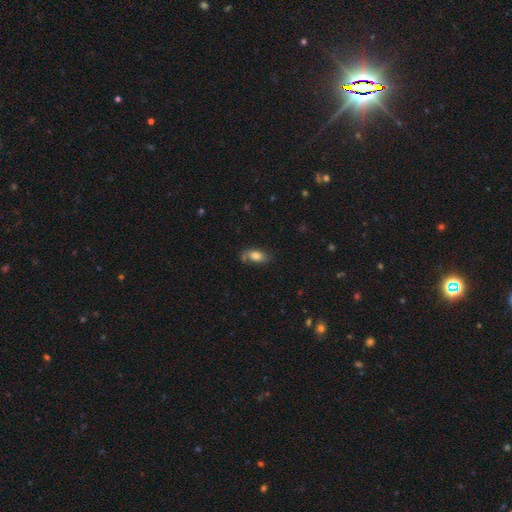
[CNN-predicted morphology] Smooth or featured? Predicted: smooth (p=0.71). How rounded? Predicted: in between (p=0.88). Merging? Predicted: none (p=0.61).